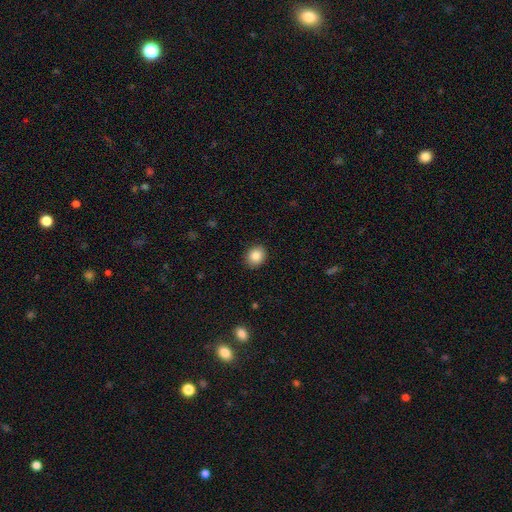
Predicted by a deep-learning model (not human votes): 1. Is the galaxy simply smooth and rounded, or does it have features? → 87% smooth, 8% star or artifact, 4% featured or disk.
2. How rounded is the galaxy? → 61% round, 38% in between, 1% cigar-shaped.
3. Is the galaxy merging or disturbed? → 89% none, 8% minor disturbance, 2% major disturbance, 1% merger.